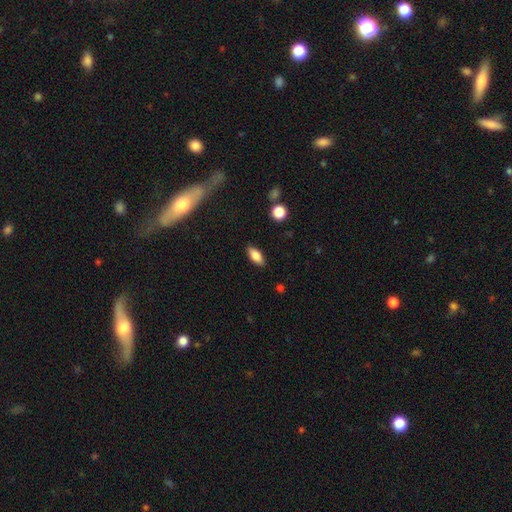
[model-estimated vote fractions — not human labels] smooth-or-featured: smooth: 81% | featured or disk: 11% | star or artifact: 8%
  how-rounded: in between: 83% | cigar-shaped: 13% | round: 3%
  merging: none: 87% | minor disturbance: 10% | major disturbance: 2% | merger: 1%